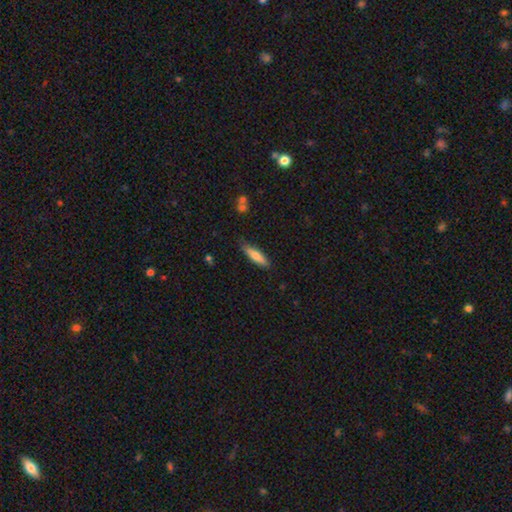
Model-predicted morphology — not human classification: Q: Smooth or featured?
A: smooth (72%); runner-up: featured or disk (22%)
Q: How rounded?
A: cigar-shaped (71%); runner-up: in between (28%)
Q: Merging?
A: none (81%); runner-up: minor disturbance (15%)